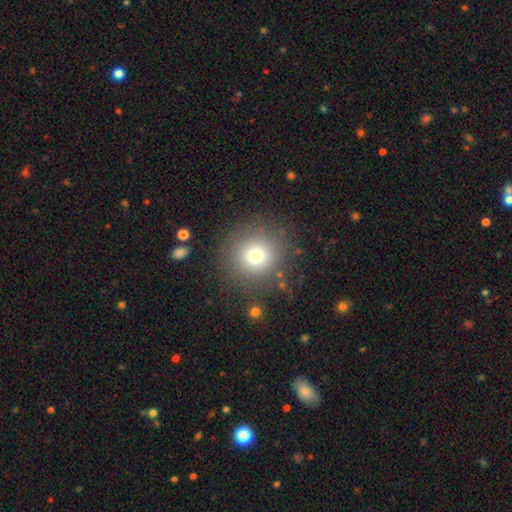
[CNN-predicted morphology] Smooth or featured? smooth (73%)
How rounded? round (94%)
Merging? none (85%)